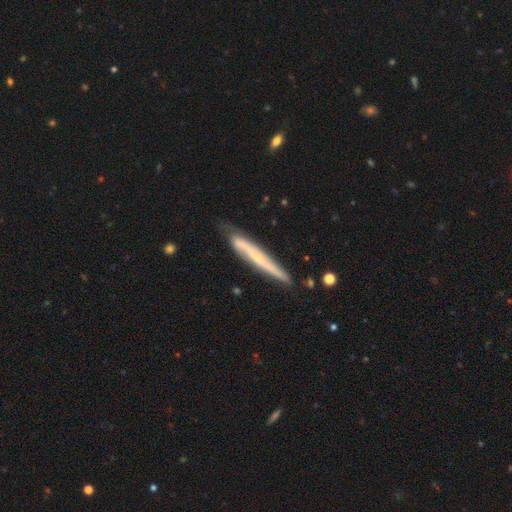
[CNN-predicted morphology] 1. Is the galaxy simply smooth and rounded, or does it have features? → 60% featured or disk, 34% smooth, 6% star or artifact.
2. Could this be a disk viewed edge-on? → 85% yes, 15% no.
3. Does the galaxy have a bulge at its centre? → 60% none, 34% rounded, 5% boxy.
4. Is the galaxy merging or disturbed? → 73% none, 22% minor disturbance, 3% major disturbance, 2% merger.